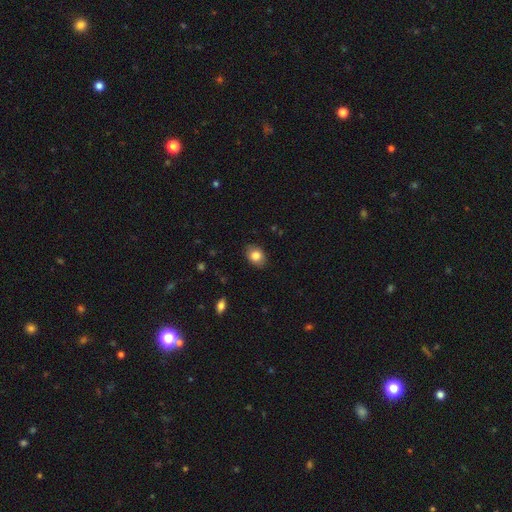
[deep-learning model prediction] Q: Smooth or featured?
A: smooth (82%); runner-up: featured or disk (9%)
Q: How rounded?
A: in between (66%); runner-up: round (33%)
Q: Merging?
A: none (85%); runner-up: minor disturbance (11%)